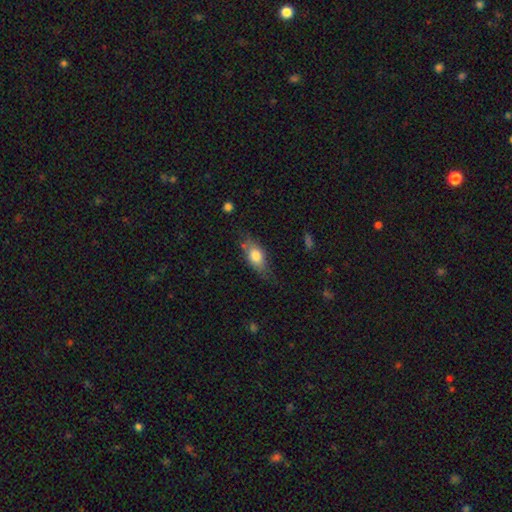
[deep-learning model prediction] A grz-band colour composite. It shows a smooth galaxy with no disk features (73%) that is in between round and cigar-shaped (80%). Merging: none (62%).